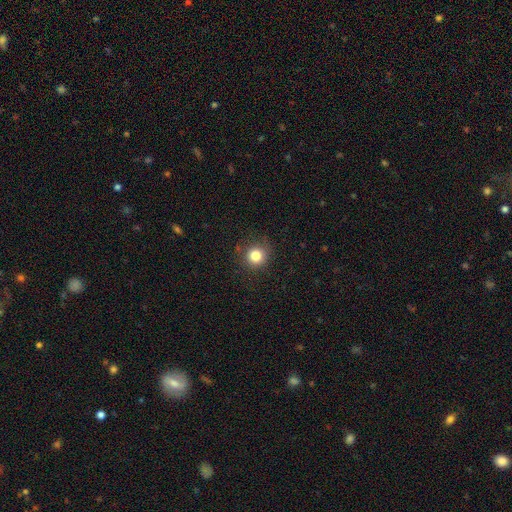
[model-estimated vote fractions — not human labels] The model was most divided on "smooth or featured": smooth: 82%, star or artifact: 12%, featured or disk: 6%. More confident: how rounded — round (90%); merging — none (84%).